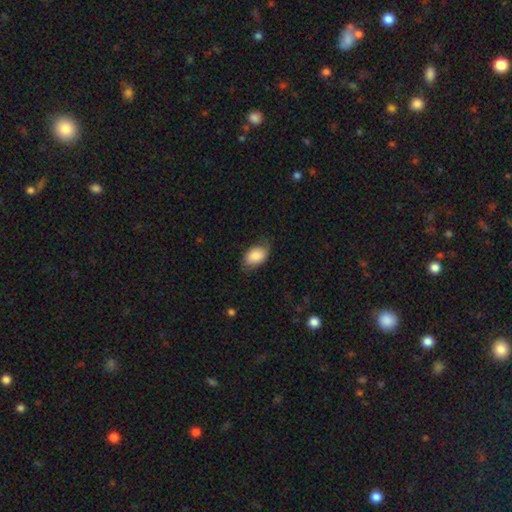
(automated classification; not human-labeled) Overall: smooth (83%). How rounded: in between (90%). Merging: none (65%; minor disturbance 27%).